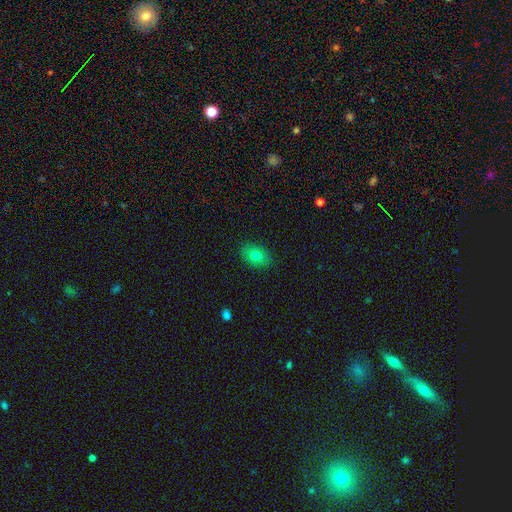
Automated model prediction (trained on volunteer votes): A smooth galaxy with no disk features (77%) that is in between round and cigar-shaped (79%).

Vote fractions:
- Smooth or featured? smooth: 77% / featured or disk: 12% / star or artifact: 11%
- How rounded? in between: 79% / round: 20% / cigar-shaped: 1%
- Merging? none: 87% / minor disturbance: 10% / major disturbance: 2% / merger: 1%